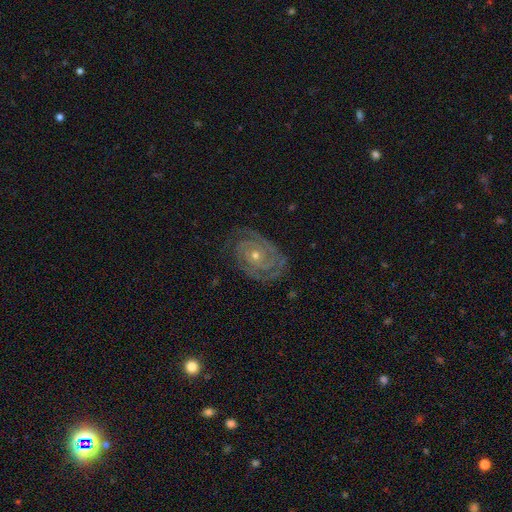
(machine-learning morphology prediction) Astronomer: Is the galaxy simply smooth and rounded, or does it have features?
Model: featured or disk — 89%.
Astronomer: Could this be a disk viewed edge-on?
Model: no — 97%.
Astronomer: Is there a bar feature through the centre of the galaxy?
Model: no — 77%.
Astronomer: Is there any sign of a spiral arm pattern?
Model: yes — 97%.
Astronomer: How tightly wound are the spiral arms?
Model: tight — 76%.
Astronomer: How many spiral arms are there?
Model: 2 — 55%.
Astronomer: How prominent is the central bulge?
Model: small — 60% (runner-up: moderate, 37%).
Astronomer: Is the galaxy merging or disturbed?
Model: none — 78%.